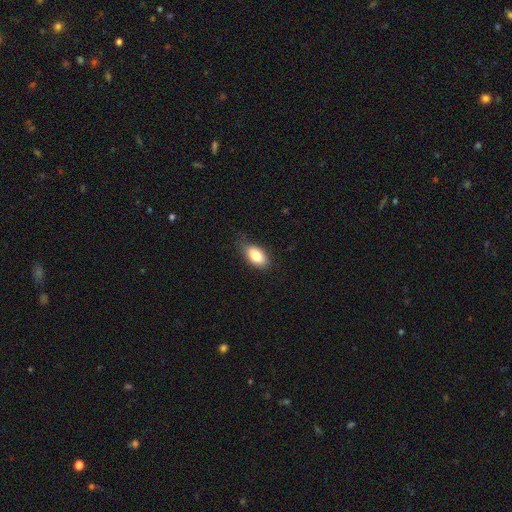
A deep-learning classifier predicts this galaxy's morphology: This is clearly a smooth galaxy (83%). How rounded: clearly in between (91%). Merging: likely none (72%).